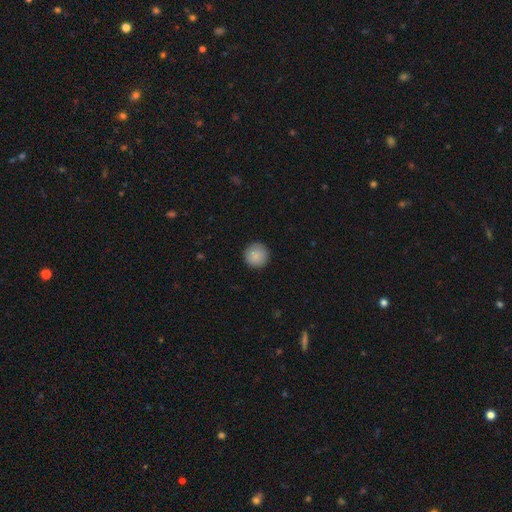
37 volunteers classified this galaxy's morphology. Q: Smooth or featured?
A: smooth (95%); runner-up: featured or disk (3%)
Q: How rounded?
A: round (100%)
Q: Merging?
A: none (94%); runner-up: major disturbance (6%)